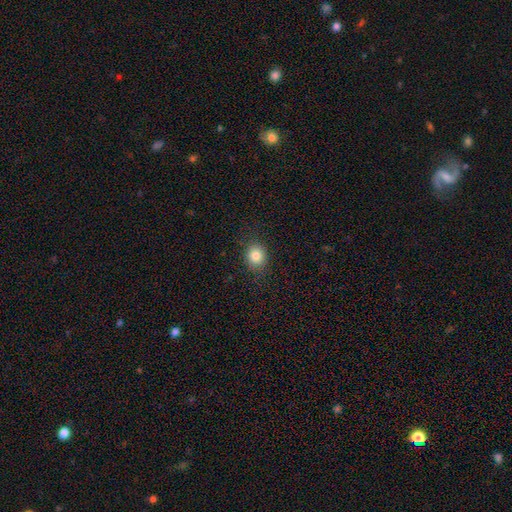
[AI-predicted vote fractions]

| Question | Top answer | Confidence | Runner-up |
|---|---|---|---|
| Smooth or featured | smooth | 85% | star or artifact (10%) |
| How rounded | round | 66% | in between (33%) |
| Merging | none | 86% | minor disturbance (10%) |